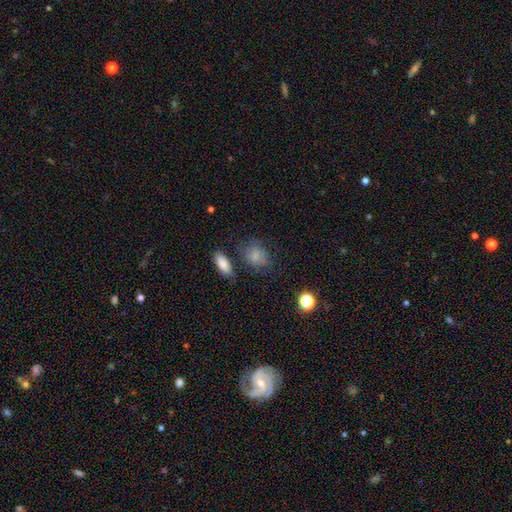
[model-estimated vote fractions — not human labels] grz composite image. It shows a smooth galaxy with no disk features (79%) that is in between round and cigar-shaped (56%). Merging: none (58%).